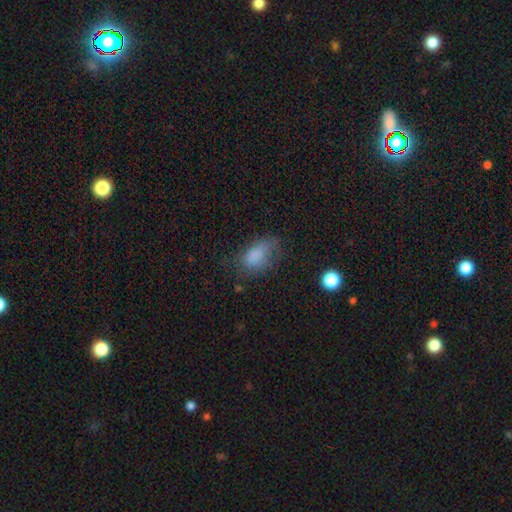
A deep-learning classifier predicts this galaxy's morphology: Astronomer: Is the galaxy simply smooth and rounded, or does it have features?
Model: smooth — 78%.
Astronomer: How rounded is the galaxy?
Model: in between — 89%.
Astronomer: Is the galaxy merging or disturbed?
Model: none — 48% (runner-up: minor disturbance, 30%).